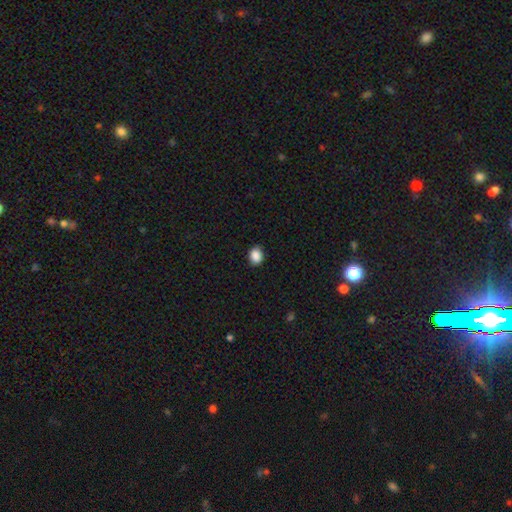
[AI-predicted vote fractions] smooth_or_featured: smooth (p=0.88) [alt: star or artifact p=0.09]
how_rounded: round (p=0.51) [alt: in between p=0.48]
merging: none (p=0.85) [alt: minor disturbance p=0.11]